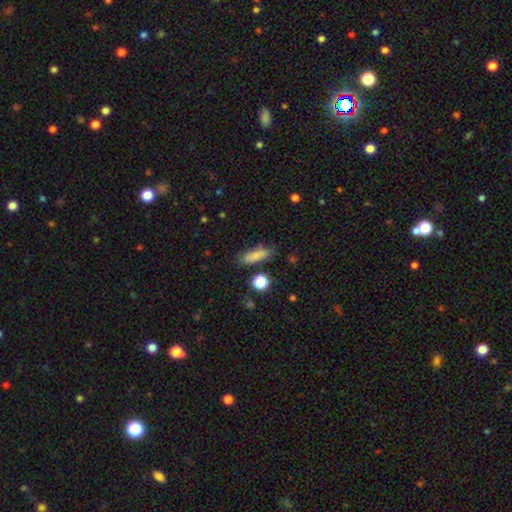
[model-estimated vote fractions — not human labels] This is likely a smooth galaxy (78%). How rounded: possibly in between (50%). Merging: likely none (73%).